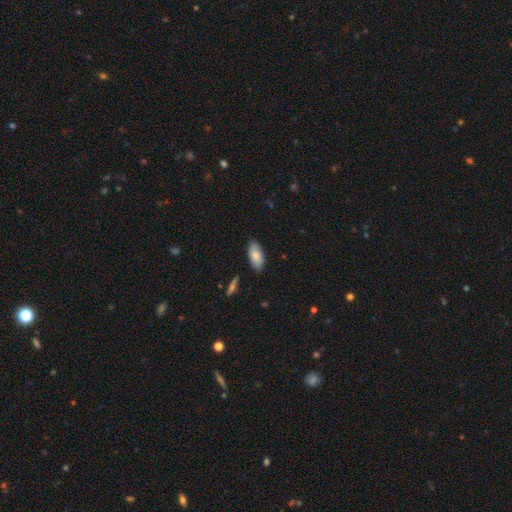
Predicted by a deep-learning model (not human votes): smooth-or-featured: smooth: 82% | featured or disk: 12% | star or artifact: 6%
  how-rounded: in between: 91% | cigar-shaped: 7% | round: 2%
  merging: none: 86% | minor disturbance: 11% | major disturbance: 2% | merger: 2%